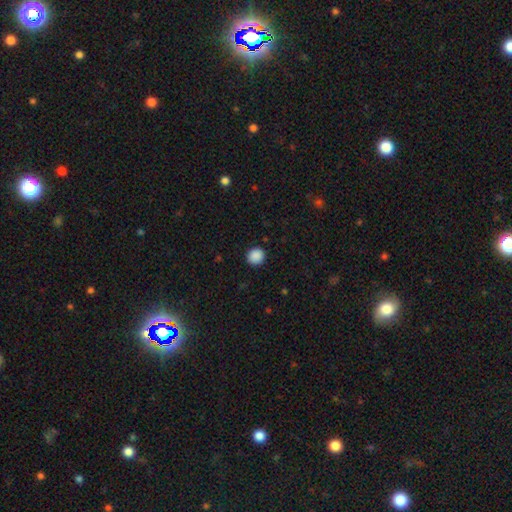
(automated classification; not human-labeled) This appears to be a smooth galaxy with no disk features (89%) that is round (91%). Merging: none (92%).